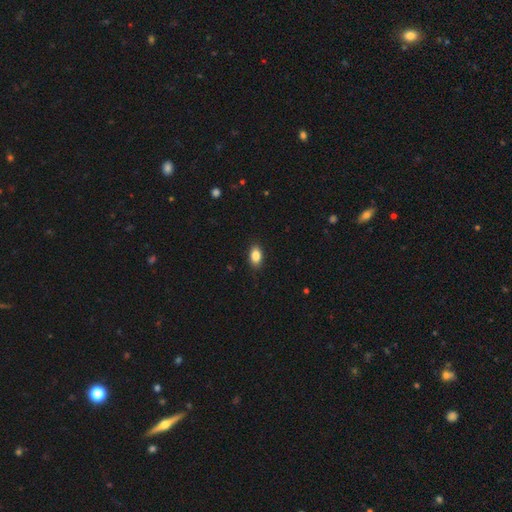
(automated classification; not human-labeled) This appears to be a smooth galaxy with no disk features (86%) that is in between round and cigar-shaped (88%). Merging: none (87%).